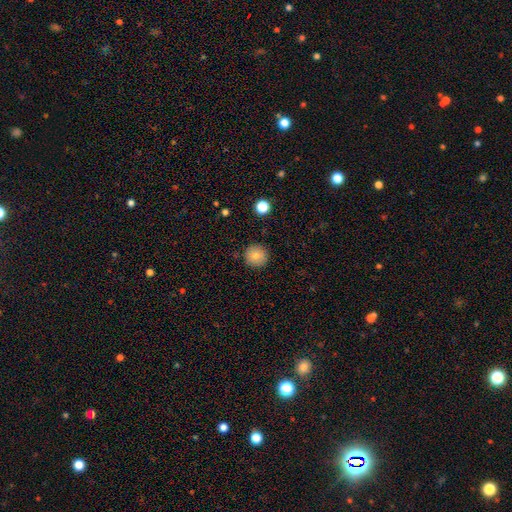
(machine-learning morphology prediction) Smooth or featured? smooth (81%)
How rounded? round (95%)
Merging? none (91%)